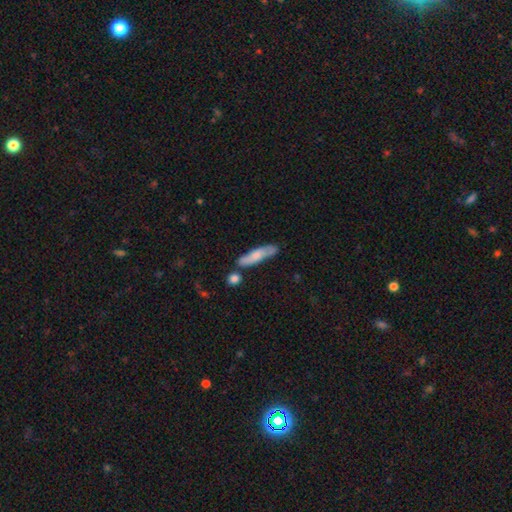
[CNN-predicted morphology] This appears to be a smooth galaxy with no disk features (66%) that is cigar-shaped (81%). Merging: none (70%).